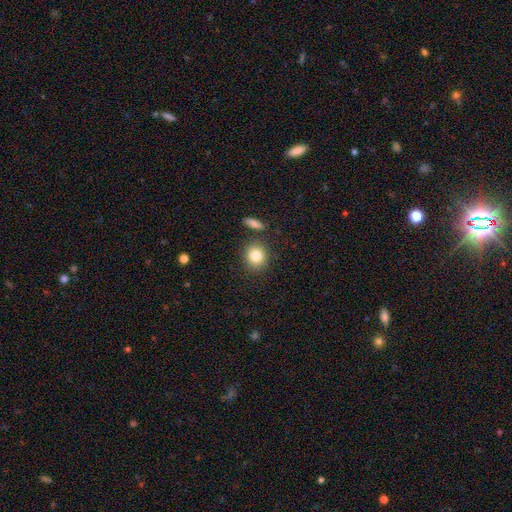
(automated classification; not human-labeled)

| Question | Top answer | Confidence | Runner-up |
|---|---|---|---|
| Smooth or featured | smooth | 84% | star or artifact (9%) |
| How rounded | round | 75% | in between (23%) |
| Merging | none | 81% | minor disturbance (9%) |